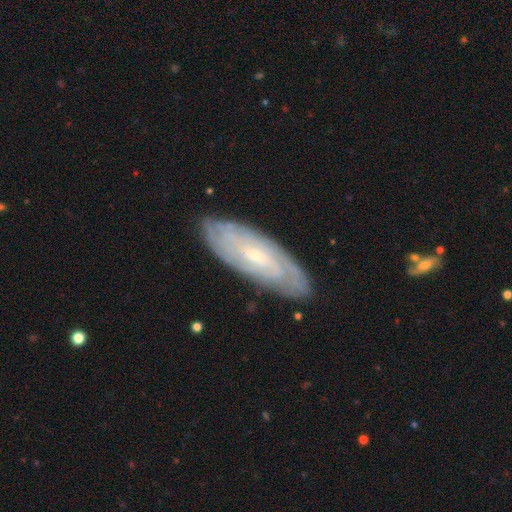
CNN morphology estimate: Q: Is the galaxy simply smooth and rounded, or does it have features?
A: featured or disk — 77%.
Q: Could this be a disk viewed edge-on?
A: no — 86%.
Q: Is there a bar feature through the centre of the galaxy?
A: no — 52%.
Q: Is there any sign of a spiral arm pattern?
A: yes — 93%.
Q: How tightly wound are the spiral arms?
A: tight — 76%.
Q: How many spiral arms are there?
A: can't tell — 54%.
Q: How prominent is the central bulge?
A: small — 73%.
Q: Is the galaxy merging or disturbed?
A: none — 84%.